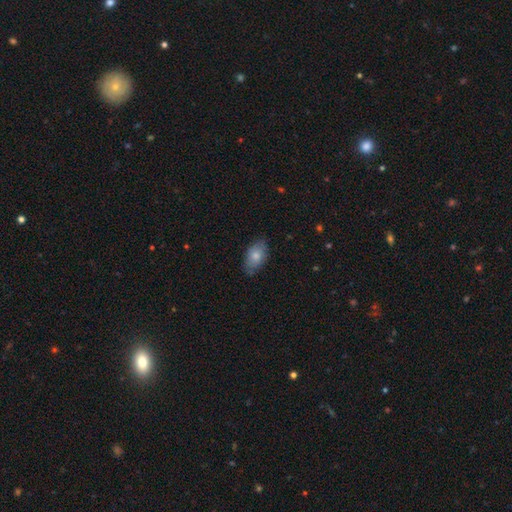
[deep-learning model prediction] Smooth or featured: smooth — 78% (featured or disk — 15%)
How rounded: in between — 93% (round — 5%)
Merging: none — 77% (minor disturbance — 18%)